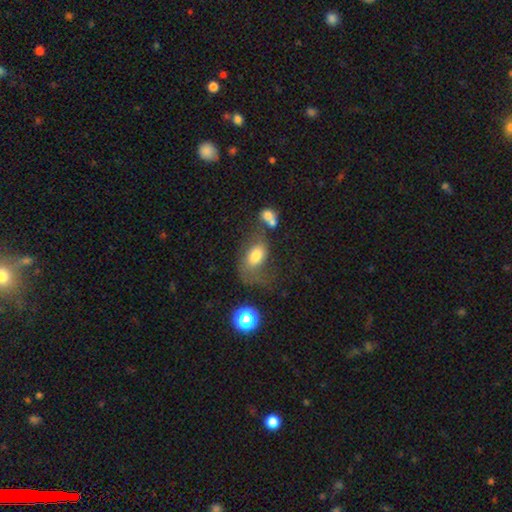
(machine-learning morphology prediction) A smooth galaxy with no disk features (63%) that is in between round and cigar-shaped (85%). Merging: major disturbance (32%, tied with none).